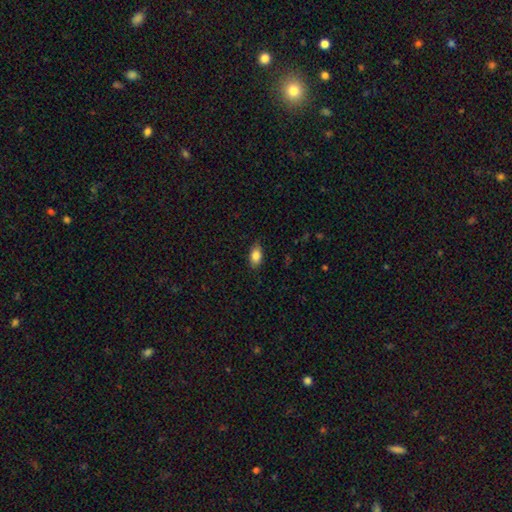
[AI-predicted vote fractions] This is clearly a smooth galaxy (84%). How rounded: clearly in between (89%). Merging: clearly none (82%).